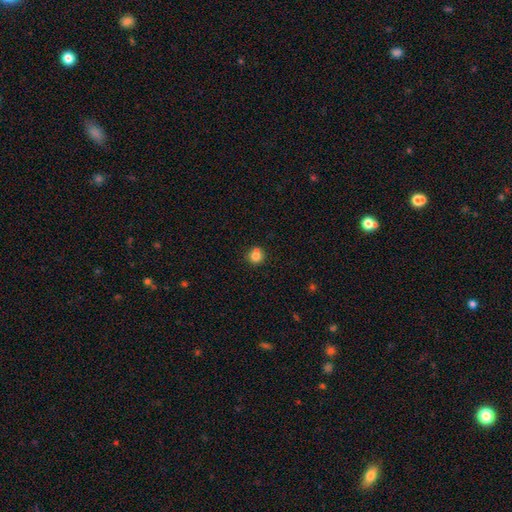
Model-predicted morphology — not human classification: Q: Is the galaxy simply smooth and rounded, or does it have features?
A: smooth — 82%.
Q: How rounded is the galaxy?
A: round — 87%.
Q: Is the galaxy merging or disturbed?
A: none — 74%.